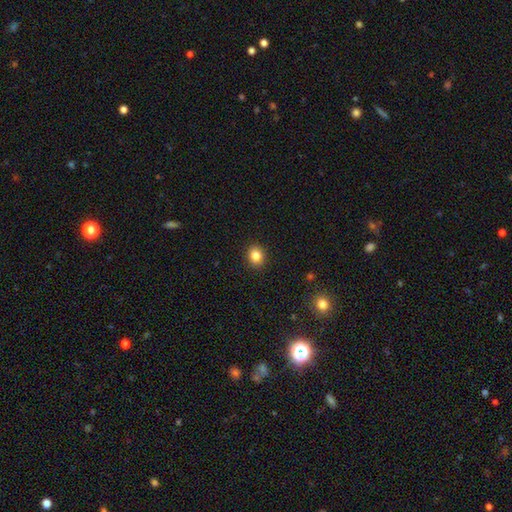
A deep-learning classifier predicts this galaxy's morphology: smooth_or_featured: smooth (p=0.83) [alt: star or artifact p=0.11]
how_rounded: round (p=0.70) [alt: in between p=0.29]
merging: none (p=0.91) [alt: minor disturbance p=0.06]